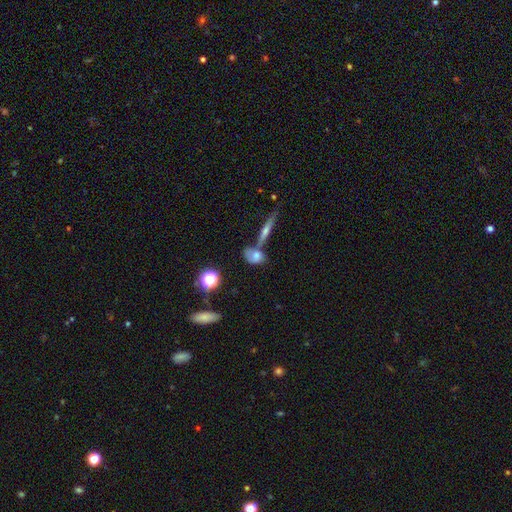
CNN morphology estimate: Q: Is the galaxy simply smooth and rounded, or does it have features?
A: smooth — 59%.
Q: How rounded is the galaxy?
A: in between — 63%.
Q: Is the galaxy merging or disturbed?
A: none — 42%.